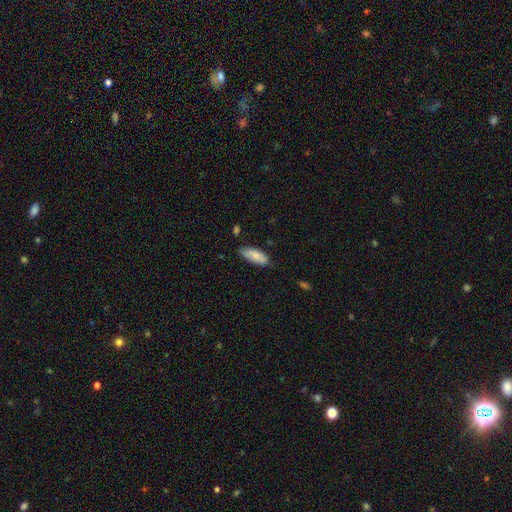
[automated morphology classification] type=smooth (83%); roundness=in between (79%); merging=none (71%).